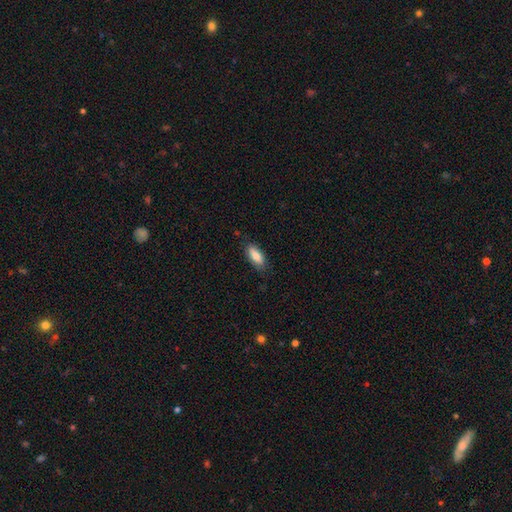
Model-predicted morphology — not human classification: type=smooth (84%); roundness=in between (75%); merging=none (80%).